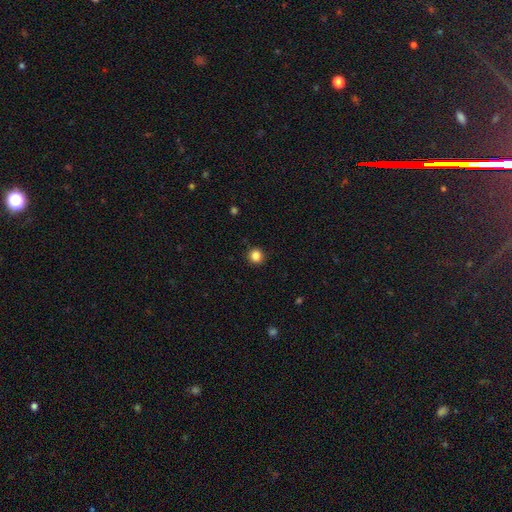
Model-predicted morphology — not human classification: Smooth or featured? Predicted: smooth (p=0.86). How rounded? Predicted: round (p=0.92). Merging? Predicted: none (p=0.92).